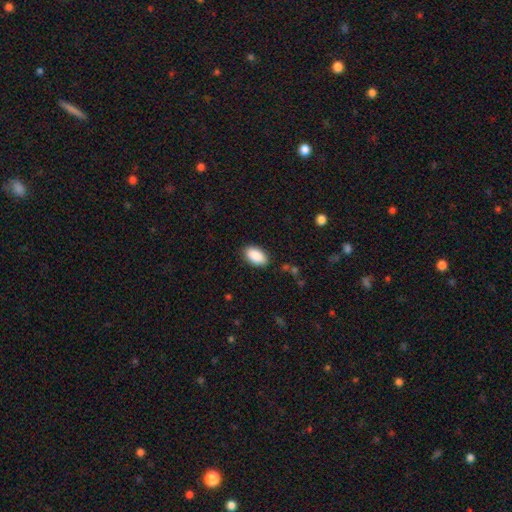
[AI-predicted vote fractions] This is clearly a smooth galaxy (90%). How rounded: clearly in between (95%). Merging: clearly none (87%).